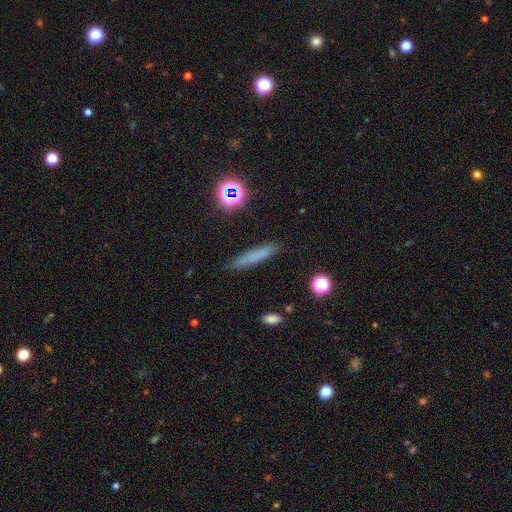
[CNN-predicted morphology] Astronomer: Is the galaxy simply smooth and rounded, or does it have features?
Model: smooth — 71%.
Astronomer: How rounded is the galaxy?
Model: cigar-shaped — 87%.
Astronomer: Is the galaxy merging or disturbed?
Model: none — 84%.